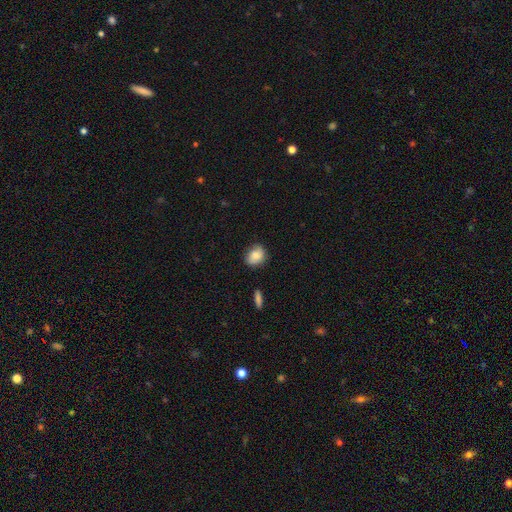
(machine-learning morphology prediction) This is likely a smooth galaxy (78%). How rounded: possibly round (53%). Merging: likely none (71%).